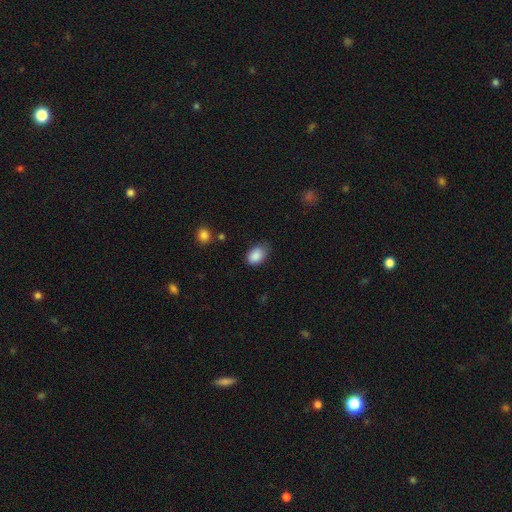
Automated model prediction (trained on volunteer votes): A smooth galaxy with no disk features (88%) that is in between round and cigar-shaped (84%).

Vote fractions:
- Smooth or featured? smooth: 88% / star or artifact: 8% / featured or disk: 4%
- How rounded? in between: 84% / round: 15% / cigar-shaped: 1%
- Merging? none: 64% / minor disturbance: 28% / major disturbance: 6% / merger: 2%